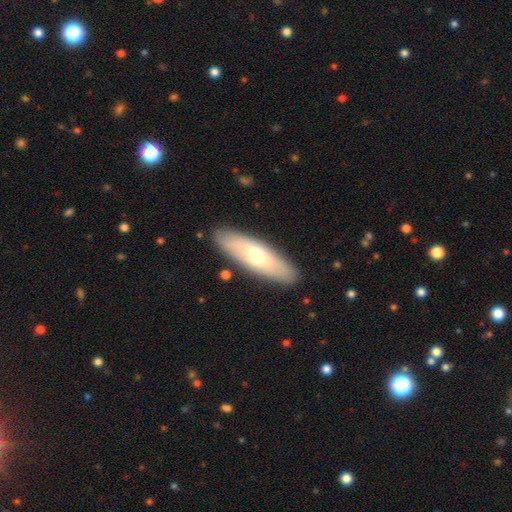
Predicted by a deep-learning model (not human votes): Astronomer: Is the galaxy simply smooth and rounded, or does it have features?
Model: smooth — 57% (runner-up: featured or disk, 37%).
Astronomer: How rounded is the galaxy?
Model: in between — 51% (runner-up: cigar-shaped, 47%).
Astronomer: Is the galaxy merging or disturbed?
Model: none — 88%.